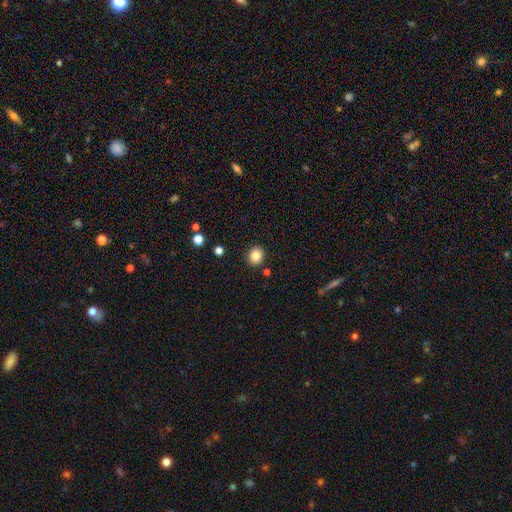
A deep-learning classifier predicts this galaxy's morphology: Smooth or featured? smooth (84%)
How rounded? round (76%)
Merging? none (89%)